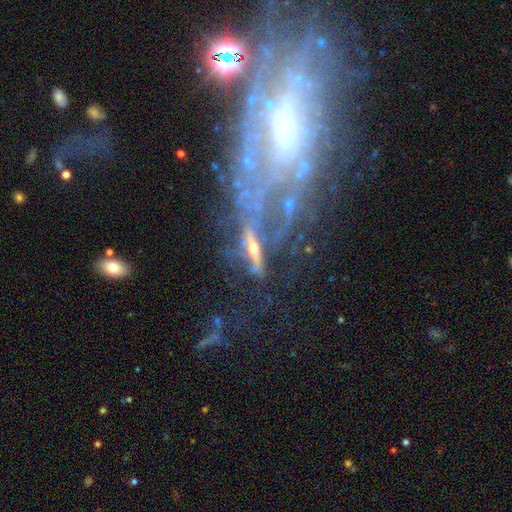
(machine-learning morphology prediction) Q: Smooth or featured?
A: featured or disk (62%); runner-up: star or artifact (20%)
Q: Edge-on disk?
A: no (54%); runner-up: yes (46%)
Q: Merging?
A: none (40%); runner-up: merger (21%)